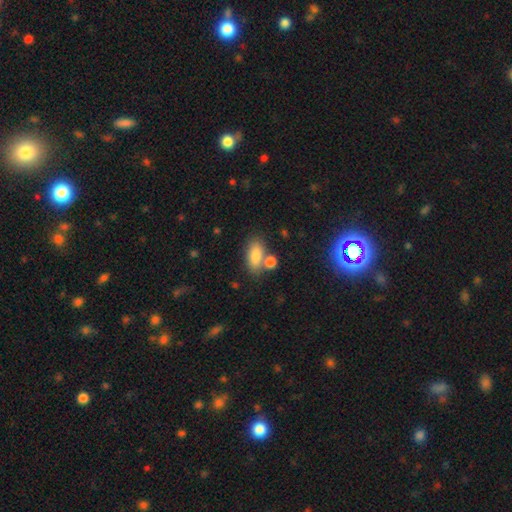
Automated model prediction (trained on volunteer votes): The model was most divided on "merging": none: 59%, merger: 24%, minor disturbance: 13%, major disturbance: 4%. More confident: how rounded — in between (86%); smooth or featured — smooth (83%).